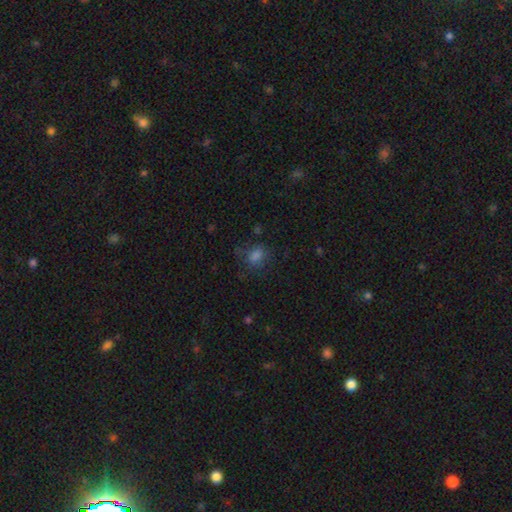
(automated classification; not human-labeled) A smooth galaxy with no disk features (72%) that is in between round and cigar-shaped (51%). Merging: none (64%).